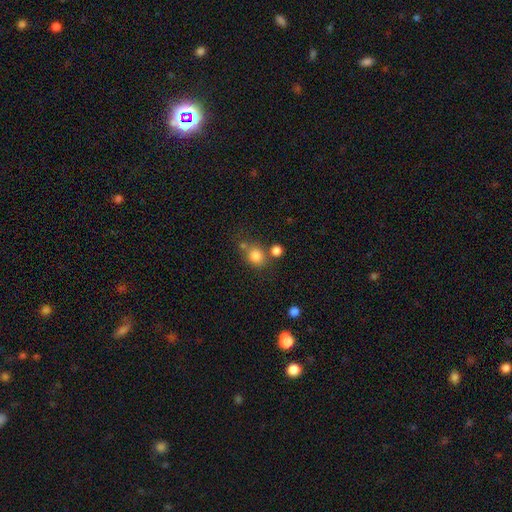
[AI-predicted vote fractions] Smooth or featured? smooth (80%)
How rounded? round (76%)
Merging? none (61%)